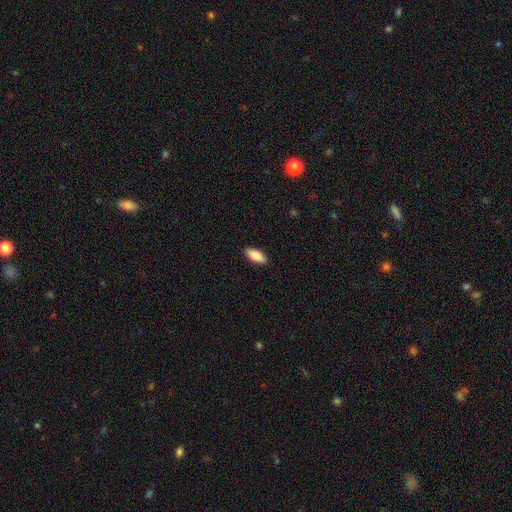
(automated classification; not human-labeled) This appears to be a smooth galaxy with no disk features (88%) that is in between round and cigar-shaped (87%). Merging: none (90%).